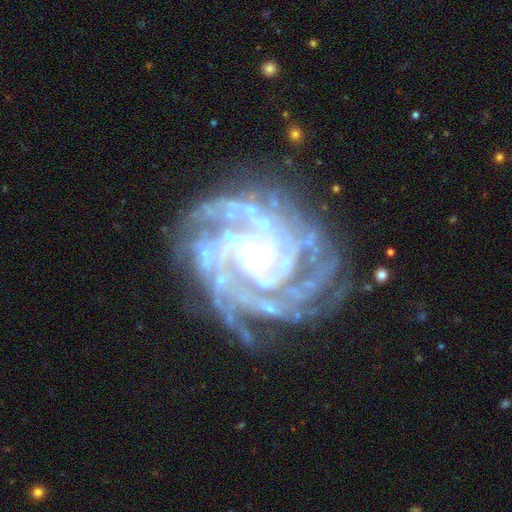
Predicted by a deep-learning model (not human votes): Smooth or featured? Predicted: featured or disk (p=0.92). Edge-on disk? Predicted: no (p=0.98). Bar? Predicted: no (p=0.51). Spiral arms? Predicted: yes (p=0.98). Spiral winding? Predicted: tight (p=0.75). Spiral arm count? Predicted: 4 (p=0.24). Bulge size? Predicted: moderate (p=0.58). Merging? Predicted: none (p=0.71).